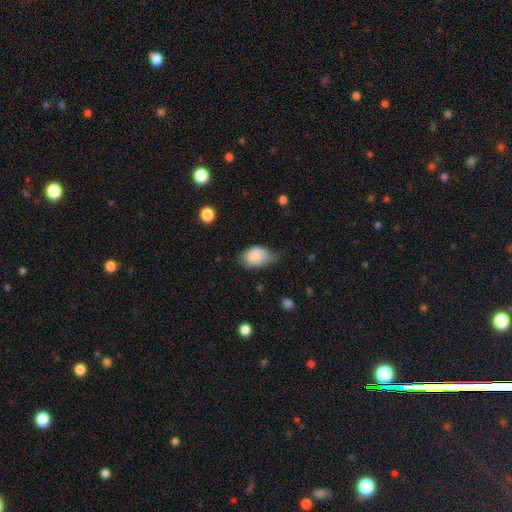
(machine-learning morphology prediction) Overall: smooth (79%). How rounded: in between (85%). Merging: minor disturbance (42%, tied with none).